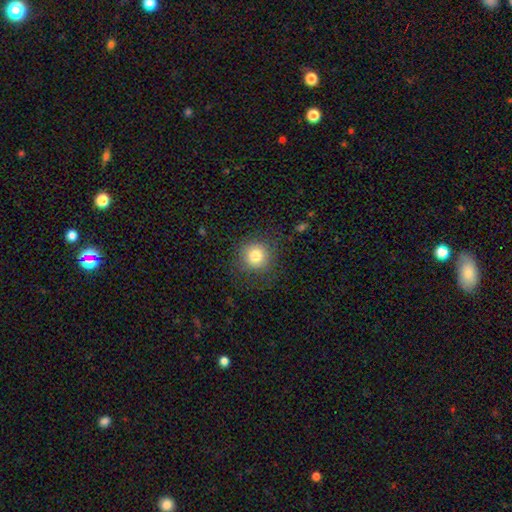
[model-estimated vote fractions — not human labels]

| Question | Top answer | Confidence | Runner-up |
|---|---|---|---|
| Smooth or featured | smooth | 81% | star or artifact (11%) |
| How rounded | round | 93% | in between (6%) |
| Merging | none | 83% | minor disturbance (10%) |